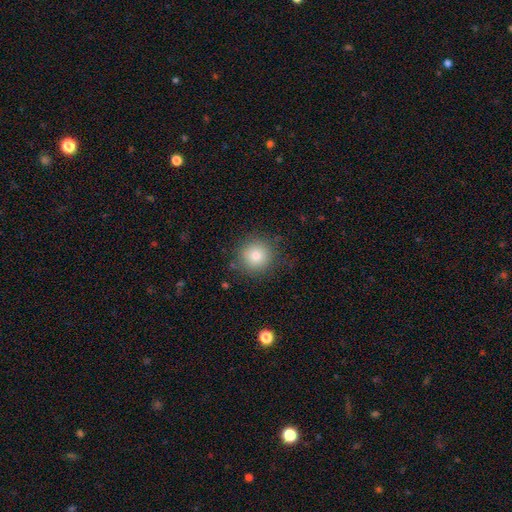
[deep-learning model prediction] The model was most divided on "smooth or featured": smooth: 81%, star or artifact: 11%, featured or disk: 8%. More confident: how rounded — round (93%); merging — none (87%).